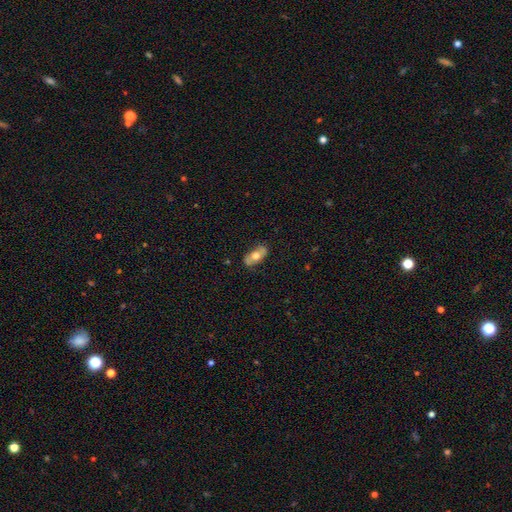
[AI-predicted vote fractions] This is possibly a smooth galaxy (52%). How rounded: clearly in between (86%). Merging: likely none (79%).